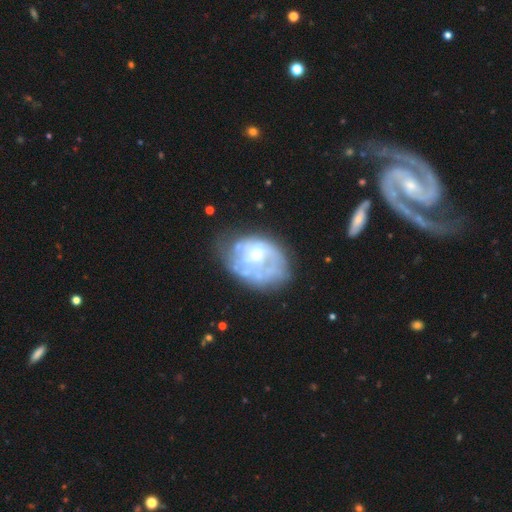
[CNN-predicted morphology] smooth_or_featured: featured or disk (p=0.65) [alt: smooth p=0.27]
disk_edge_on: no (p=0.97) [alt: yes p=0.03]
bar: no (p=0.80) [alt: weak p=0.17]
has_spiral_arms: no (p=0.61) [alt: yes p=0.39]
bulge_size: small (p=0.46) [alt: moderate p=0.43]
merging: none (p=0.47) [alt: minor disturbance p=0.27]